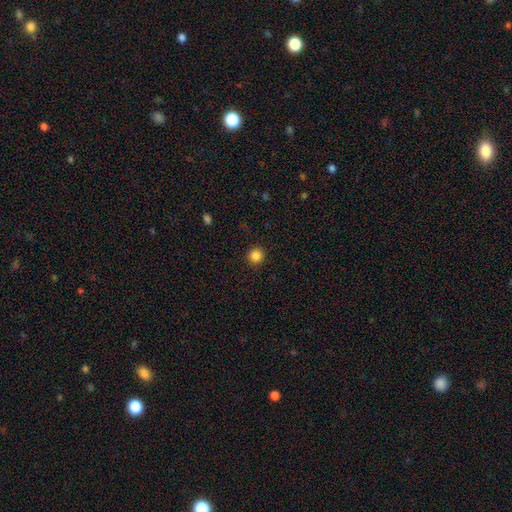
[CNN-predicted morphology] A smooth galaxy with no disk features (85%) that is round (94%).

Vote fractions:
- Smooth or featured? smooth: 85% / star or artifact: 11% / featured or disk: 4%
- How rounded? round: 94% / in between: 5% / cigar-shaped: 1%
- Merging? none: 92% / minor disturbance: 5% / major disturbance: 2% / merger: 1%